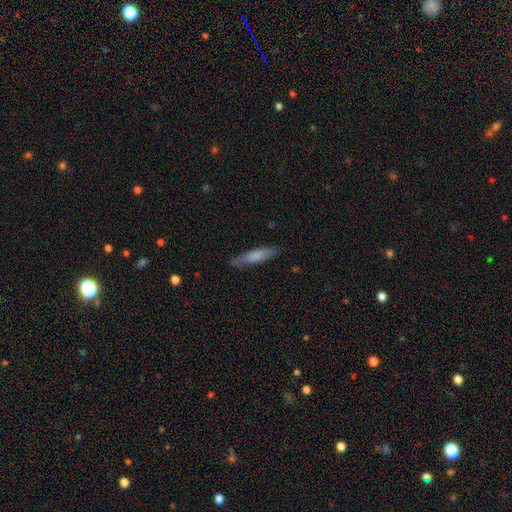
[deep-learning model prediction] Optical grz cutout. It shows a smooth galaxy with no disk features (75%) that is cigar-shaped (77%). Merging: none (78%).